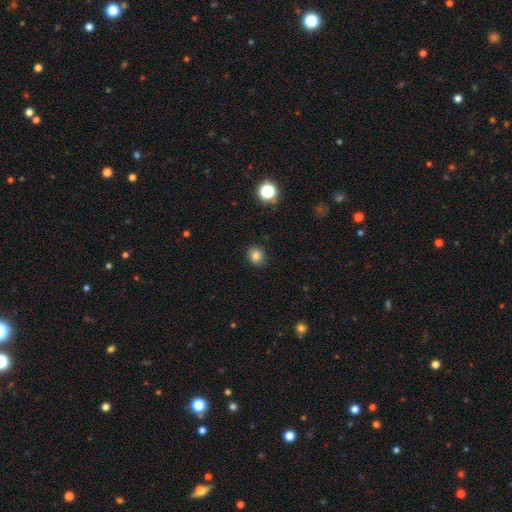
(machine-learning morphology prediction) This is clearly a smooth galaxy (83%). How rounded: likely round (72%). Merging: clearly none (88%).